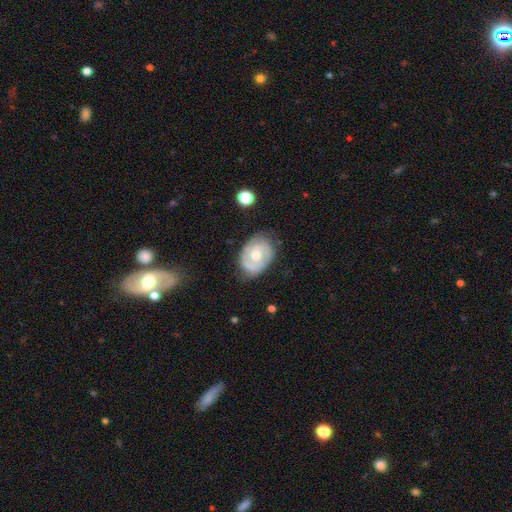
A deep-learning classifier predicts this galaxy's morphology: This is likely a featured or disk galaxy (67%). It is clearly not viewed edge-on (96%). Bar: likely no (66%). Spiral arm pattern: likely yes (78%). Spiral arm count: likely 2 (61%). Spiral winding: possibly tight (51%). Central bulge: likely moderate (69%). Merging: likely none (67%).